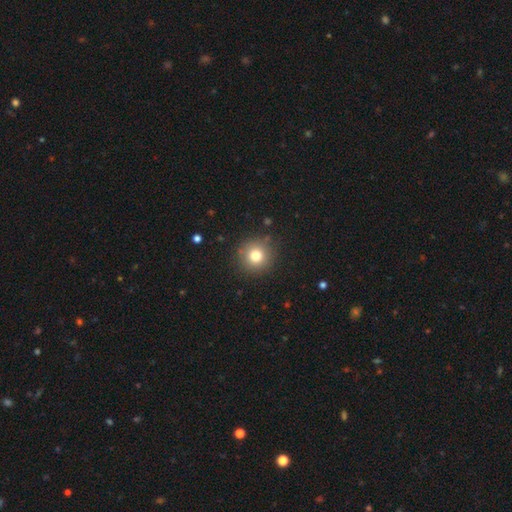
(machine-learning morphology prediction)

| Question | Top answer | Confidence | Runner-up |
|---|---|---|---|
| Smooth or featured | smooth | 79% | star or artifact (13%) |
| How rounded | round | 94% | in between (5%) |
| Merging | none | 88% | minor disturbance (8%) |